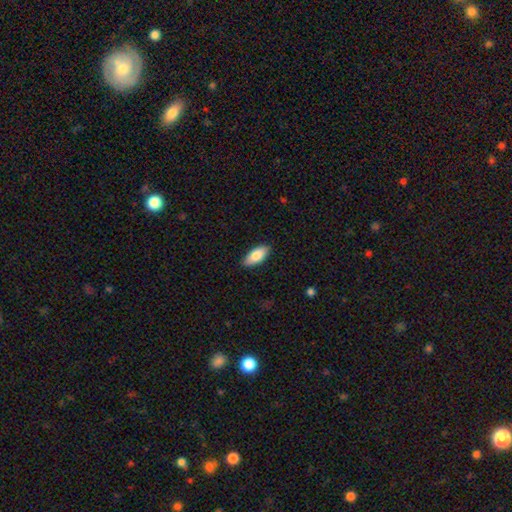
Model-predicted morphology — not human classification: smooth_or_featured: smooth (p=0.82) [alt: featured or disk p=0.12]
how_rounded: in between (p=0.87) [alt: cigar-shaped p=0.11]
merging: none (p=0.87) [alt: minor disturbance p=0.10]